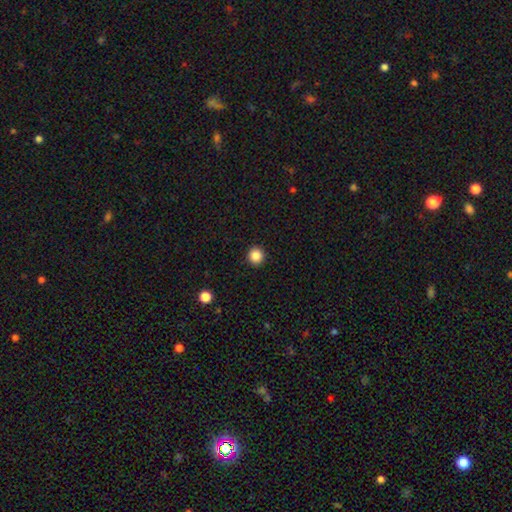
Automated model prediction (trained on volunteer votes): Smooth or featured?
  - smooth: 86% *
  - star or artifact: 11%
  - featured or disk: 4%
How rounded?
  - round: 93% *
  - in between: 6%
  - cigar-shaped: 1%
Merging?
  - none: 93% *
  - minor disturbance: 5%
  - major disturbance: 2%
  - merger: 1%